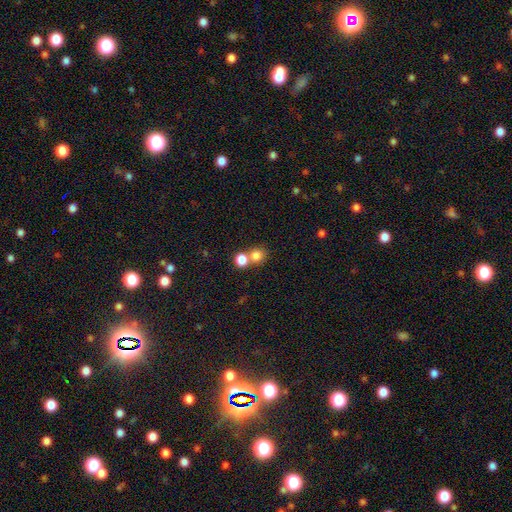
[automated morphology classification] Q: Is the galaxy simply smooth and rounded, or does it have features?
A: smooth — 80%.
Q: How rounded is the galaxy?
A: round — 84%.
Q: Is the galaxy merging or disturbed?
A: none — 49%.